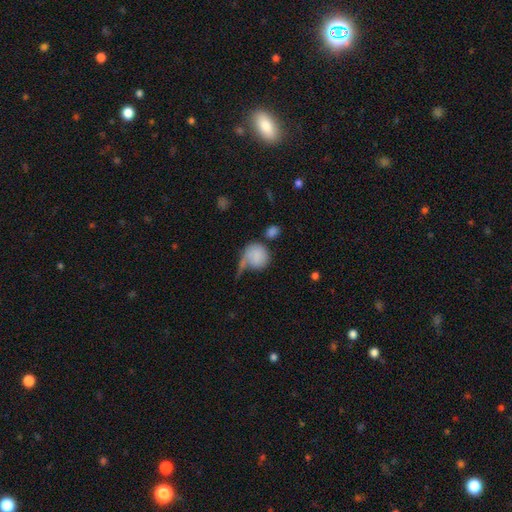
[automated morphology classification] smooth 74%, featured or disk 20%, star or artifact 7%. Down the decision tree: how rounded — round (79%); merging — major disturbance (36%).